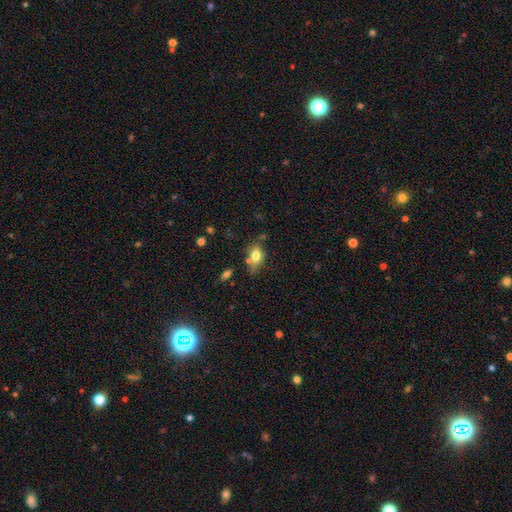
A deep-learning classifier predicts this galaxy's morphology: Smooth or featured? Predicted: smooth (p=0.74). How rounded? Predicted: in between (p=0.79). Merging? Predicted: none (p=0.59).